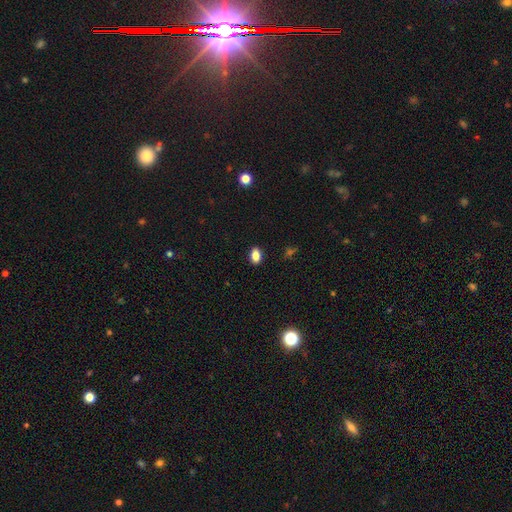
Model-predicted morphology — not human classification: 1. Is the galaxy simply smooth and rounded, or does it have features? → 86% smooth, 9% star or artifact, 4% featured or disk.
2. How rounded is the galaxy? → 84% in between, 14% round, 2% cigar-shaped.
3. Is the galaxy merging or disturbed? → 90% none, 8% minor disturbance, 2% major disturbance, 1% merger.